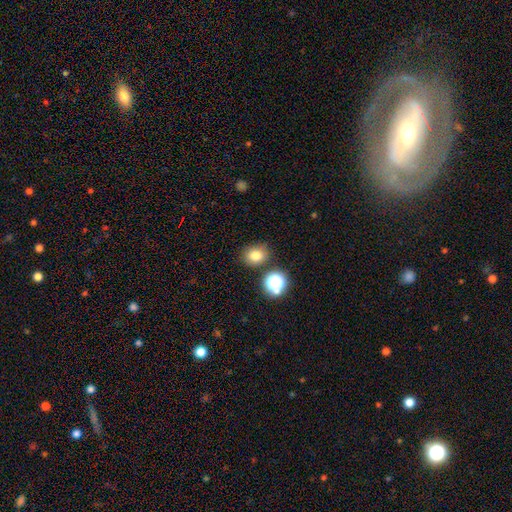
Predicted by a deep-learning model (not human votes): Smooth or featured? smooth (77%)
How rounded? round (58%)
Merging? none (80%)